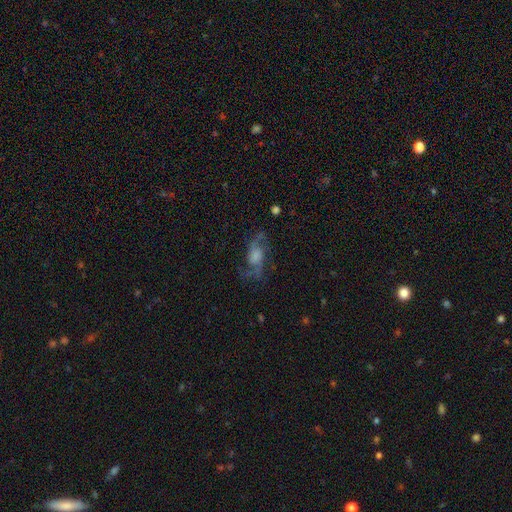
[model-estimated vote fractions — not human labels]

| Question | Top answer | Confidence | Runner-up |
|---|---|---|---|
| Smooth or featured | featured or disk | 72% | smooth (17%) |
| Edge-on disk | no | 93% | yes (7%) |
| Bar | no | 61% | weak (31%) |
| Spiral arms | yes | 90% | no (10%) |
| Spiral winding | loose | 56% | medium (36%) |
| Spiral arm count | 2 | 77% | can't tell (8%) |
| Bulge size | large | 27% | none (26%) |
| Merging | none | 63% | major disturbance (18%) |